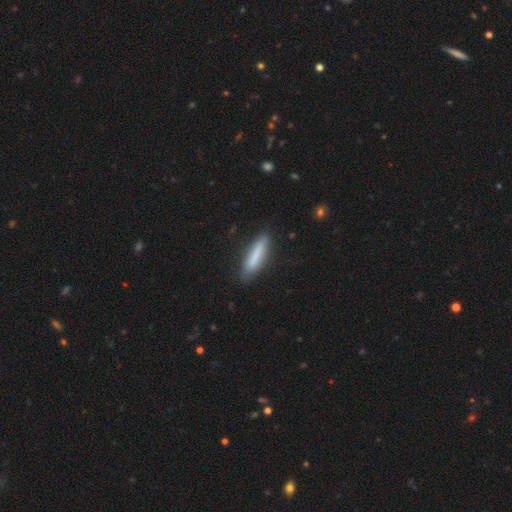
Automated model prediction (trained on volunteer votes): smooth-or-featured: smooth: 75% | featured or disk: 19% | star or artifact: 7%
  how-rounded: cigar-shaped: 82% | in between: 16% | round: 1%
  merging: none: 82% | minor disturbance: 13% | major disturbance: 3% | merger: 2%